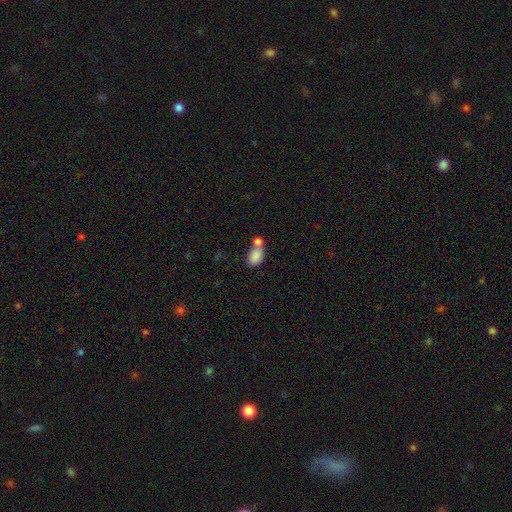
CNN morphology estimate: smooth 84%, star or artifact 8%, featured or disk 8%. Down the decision tree: how rounded — in between (86%); merging — merger (49%).